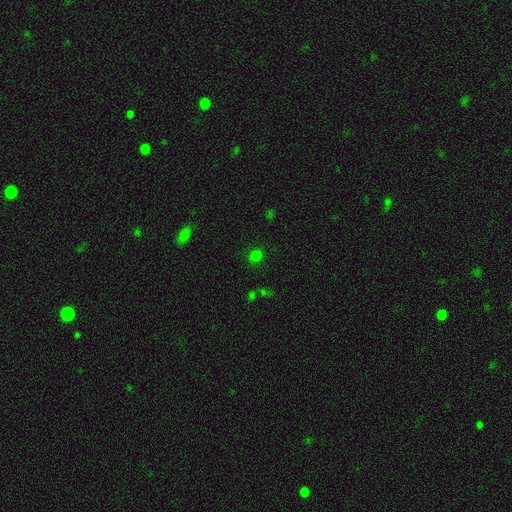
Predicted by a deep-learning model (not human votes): Smooth or featured?
  - smooth: 73% *
  - star or artifact: 22%
  - featured or disk: 4%
How rounded?
  - round: 78% *
  - in between: 21%
  - cigar-shaped: 1%
Merging?
  - none: 85% *
  - minor disturbance: 9%
  - major disturbance: 3%
  - merger: 3%